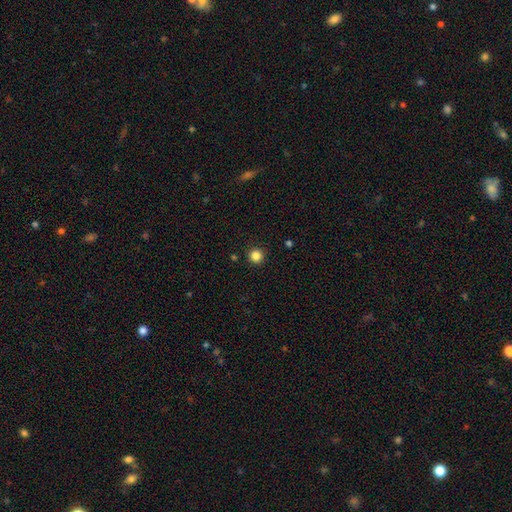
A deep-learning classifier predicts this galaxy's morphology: Smooth or featured? smooth (85%)
How rounded? round (96%)
Merging? none (93%)